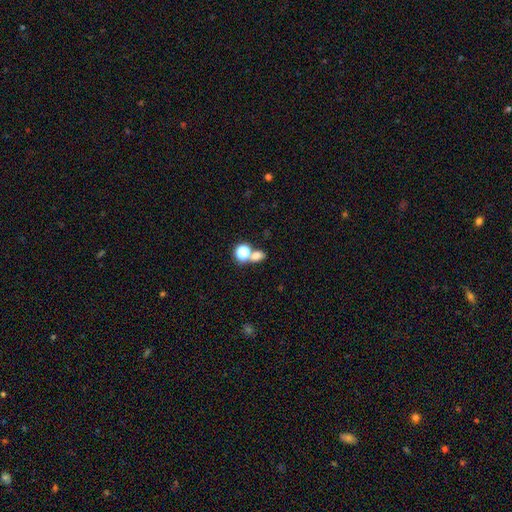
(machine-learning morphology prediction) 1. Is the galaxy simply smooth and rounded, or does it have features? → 69% smooth, 22% star or artifact, 9% featured or disk.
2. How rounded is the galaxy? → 52% in between, 46% round, 2% cigar-shaped.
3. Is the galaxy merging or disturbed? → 50% none, 38% merger, 8% minor disturbance, 4% major disturbance.